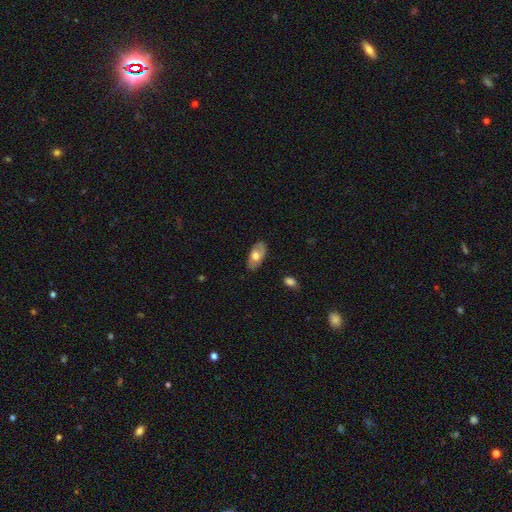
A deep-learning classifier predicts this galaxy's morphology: This appears to be a smooth galaxy with no disk features (58%) that is in between round and cigar-shaped (92%). Merging: none (81%).